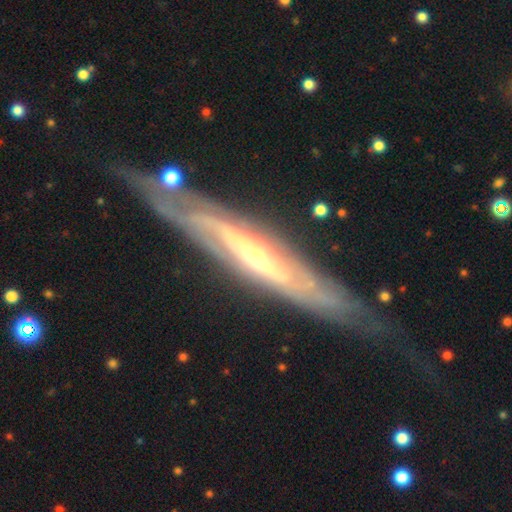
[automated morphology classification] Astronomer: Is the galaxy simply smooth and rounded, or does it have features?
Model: featured or disk — 84%.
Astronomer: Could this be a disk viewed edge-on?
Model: yes — 53% (runner-up: no, 47%).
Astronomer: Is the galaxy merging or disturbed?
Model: none — 69%.